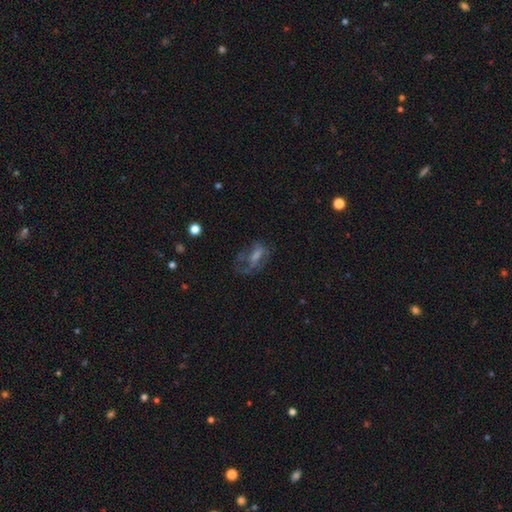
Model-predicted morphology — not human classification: smooth_or_featured: featured or disk (p=0.43) [alt: smooth p=0.42]
merging: major disturbance (p=0.38) [alt: none p=0.37]